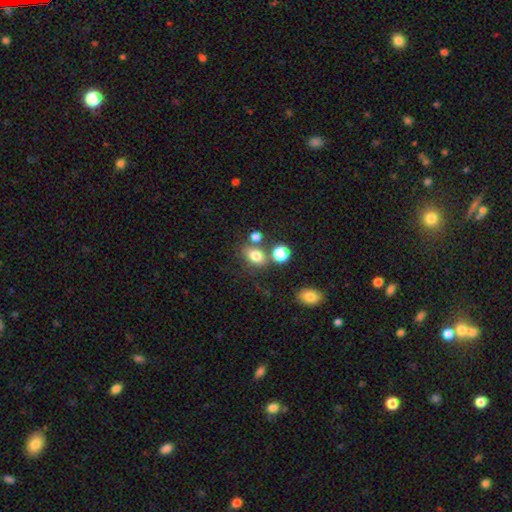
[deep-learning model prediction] Morphology: type=smooth (76%); roundness=in between (66%); merging=none (63%).